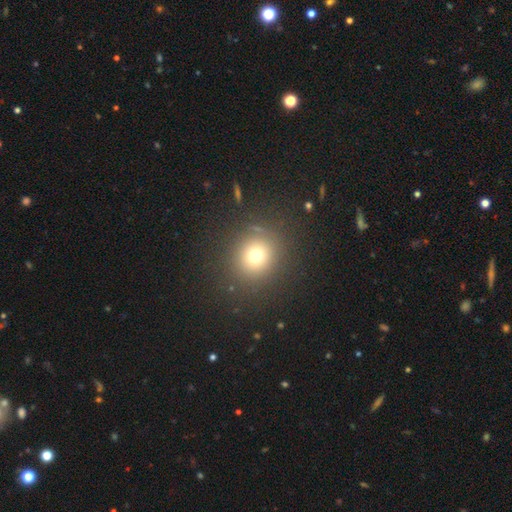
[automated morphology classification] Smooth or featured?
  - smooth: 71% *
  - star or artifact: 18%
  - featured or disk: 10%
How rounded?
  - round: 86% *
  - in between: 13%
  - cigar-shaped: 1%
Merging?
  - none: 86% *
  - minor disturbance: 8%
  - major disturbance: 4%
  - merger: 2%